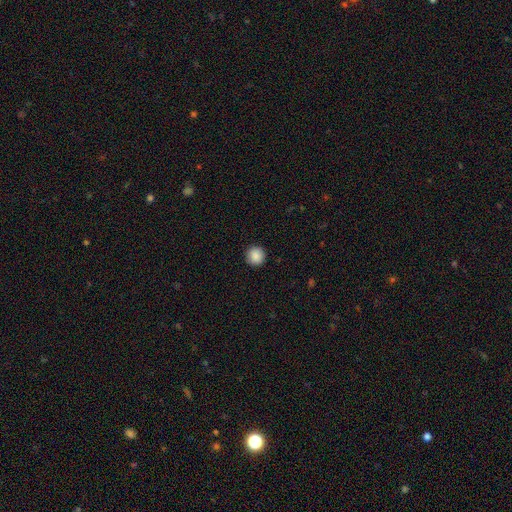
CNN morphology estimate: Smooth or featured? smooth (89%)
How rounded? round (95%)
Merging? none (92%)